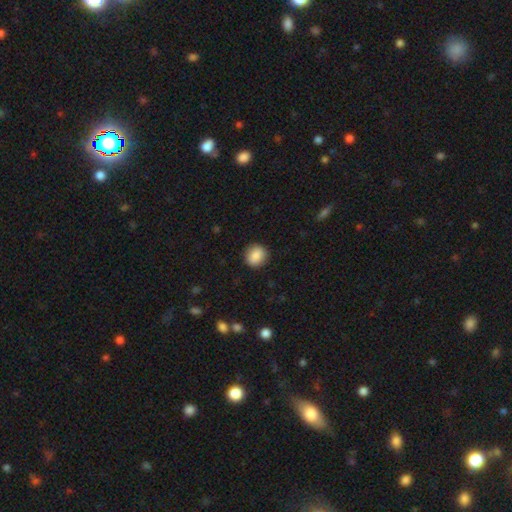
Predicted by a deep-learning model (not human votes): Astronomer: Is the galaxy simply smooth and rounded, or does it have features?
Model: smooth — 87%.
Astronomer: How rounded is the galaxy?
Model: round — 79%.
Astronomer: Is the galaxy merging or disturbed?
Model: none — 89%.